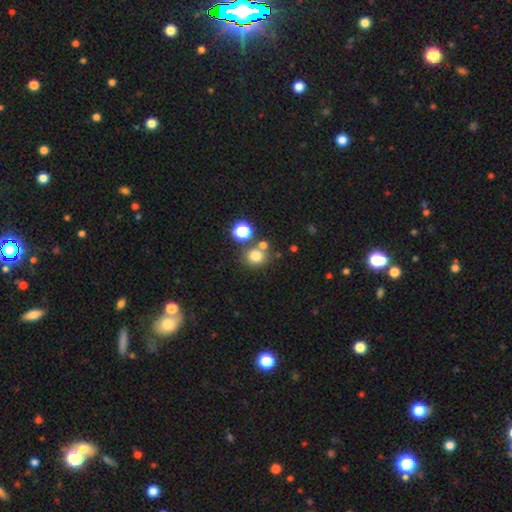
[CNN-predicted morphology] Smooth or featured? Predicted: smooth (p=0.76). How rounded? Predicted: round (p=0.83). Merging? Predicted: none (p=0.68).